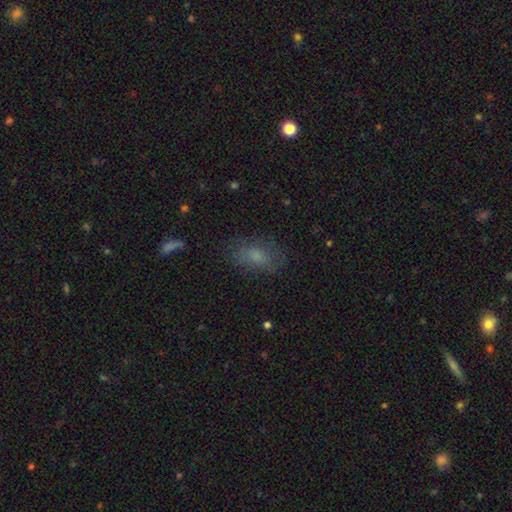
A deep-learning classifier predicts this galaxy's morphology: A smooth galaxy with no disk features (71%) that is in between round and cigar-shaped (86%).

Vote fractions:
- Smooth or featured? smooth: 71% / featured or disk: 16% / star or artifact: 13%
- How rounded? in between: 86% / round: 9% / cigar-shaped: 5%
- Merging? none: 72% / minor disturbance: 18% / major disturbance: 8% / merger: 2%